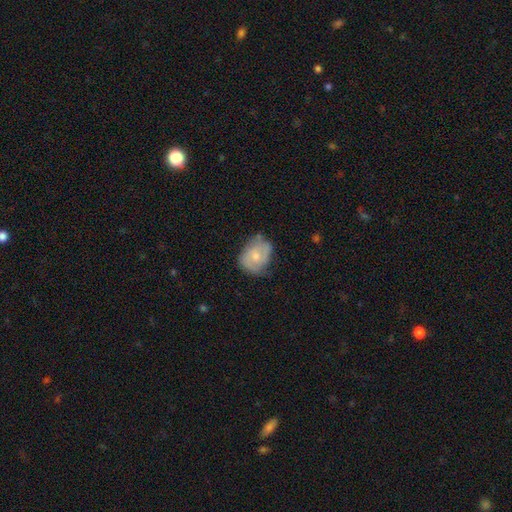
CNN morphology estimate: This is possibly a smooth galaxy (52%). How rounded: possibly in between (55%). Merging: possibly none (54%).